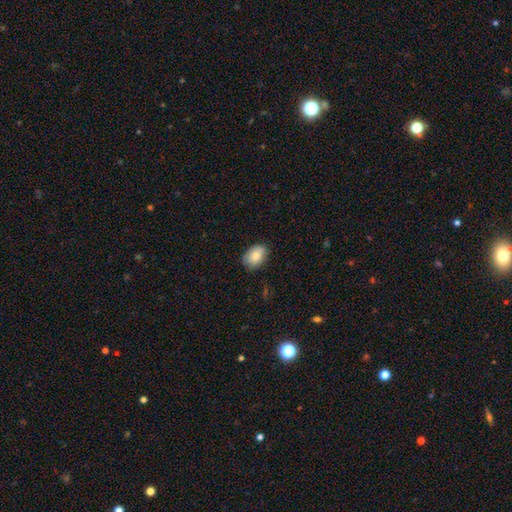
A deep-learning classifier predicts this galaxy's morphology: Smooth or featured?
  - smooth: 83% *
  - featured or disk: 10%
  - star or artifact: 7%
How rounded?
  - in between: 82% *
  - round: 17%
  - cigar-shaped: 1%
Merging?
  - none: 80% *
  - minor disturbance: 16%
  - major disturbance: 3%
  - merger: 1%